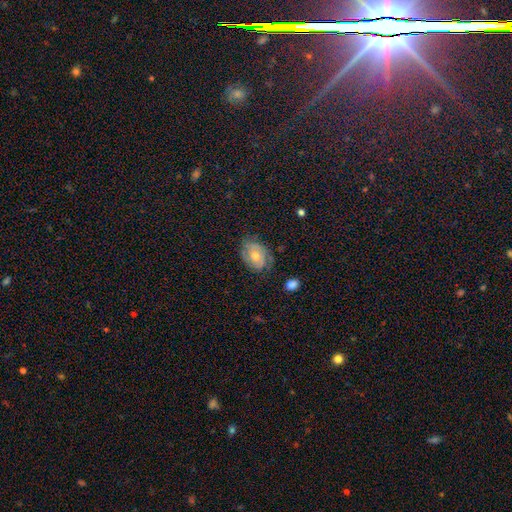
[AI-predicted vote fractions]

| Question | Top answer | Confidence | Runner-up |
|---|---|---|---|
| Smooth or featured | featured or disk | 58% | smooth (29%) |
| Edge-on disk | no | 96% | yes (4%) |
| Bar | no | 73% | weak (23%) |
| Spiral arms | yes | 83% | no (17%) |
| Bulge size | moderate | 58% | small (35%) |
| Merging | none | 73% | minor disturbance (20%) |